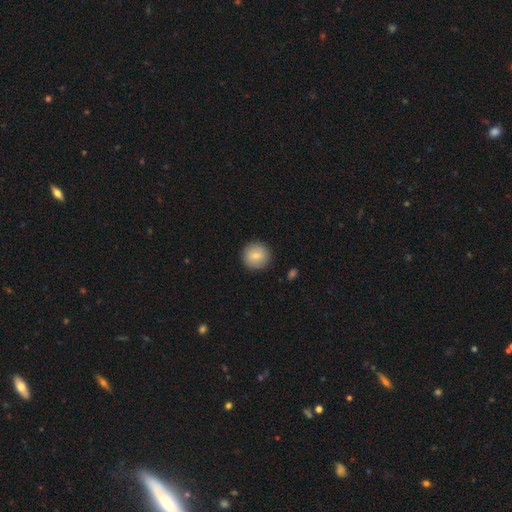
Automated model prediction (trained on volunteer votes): Morphology: type=smooth (78%); roundness=round (94%); merging=none (90%).